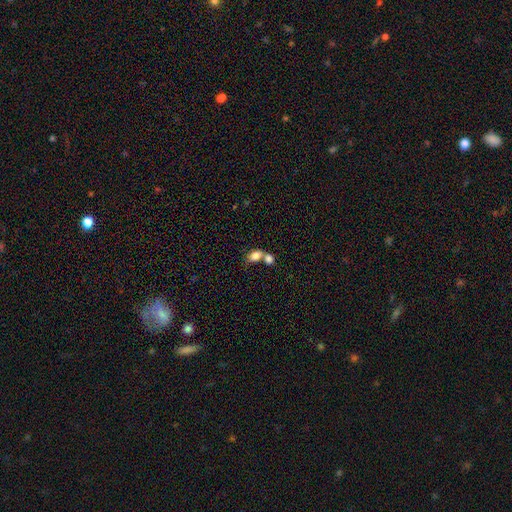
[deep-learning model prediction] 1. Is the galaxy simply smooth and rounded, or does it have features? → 81% smooth, 10% featured or disk, 9% star or artifact.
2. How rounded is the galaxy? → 73% in between, 25% round, 2% cigar-shaped.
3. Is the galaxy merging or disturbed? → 62% merger, 25% none, 8% minor disturbance, 5% major disturbance.